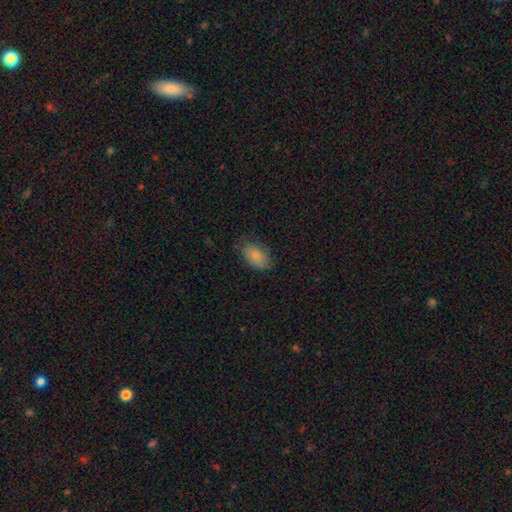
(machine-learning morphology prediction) smooth_or_featured: smooth (p=0.86) [alt: star or artifact p=0.07]
how_rounded: in between (p=0.92) [alt: round p=0.05]
merging: none (p=0.75) [alt: minor disturbance p=0.19]